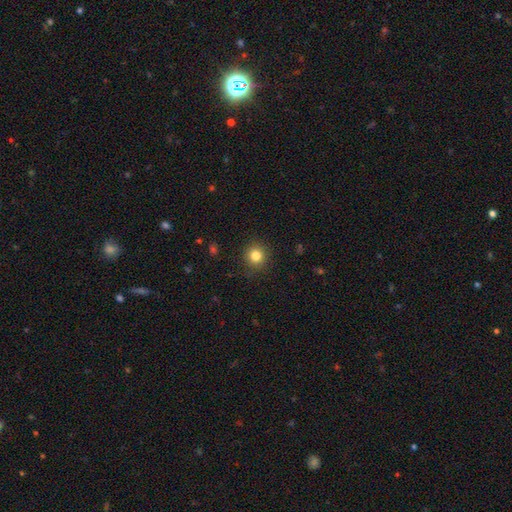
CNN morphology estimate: smooth-or-featured: smooth: 82% | star or artifact: 12% | featured or disk: 6%
  how-rounded: round: 92% | in between: 7% | cigar-shaped: 1%
  merging: none: 89% | minor disturbance: 7% | major disturbance: 2% | merger: 1%